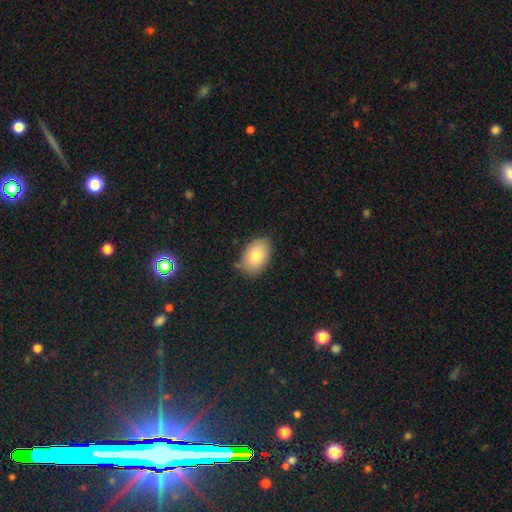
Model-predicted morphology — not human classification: type=smooth (79%); roundness=in between (90%); merging=none (79%).